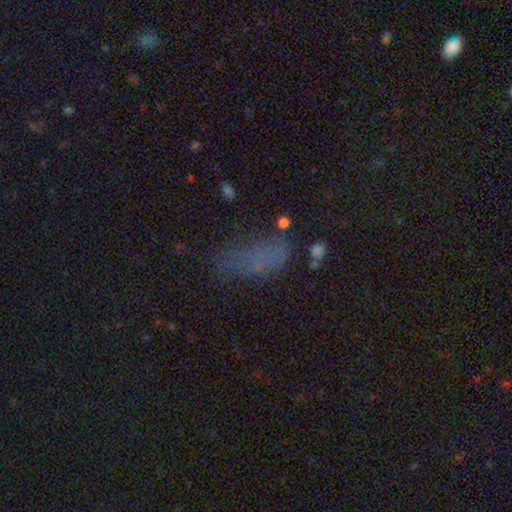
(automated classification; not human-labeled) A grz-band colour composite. It shows a smooth galaxy with no disk features (59%) that is in between round and cigar-shaped (71%). Merging: none (52%).